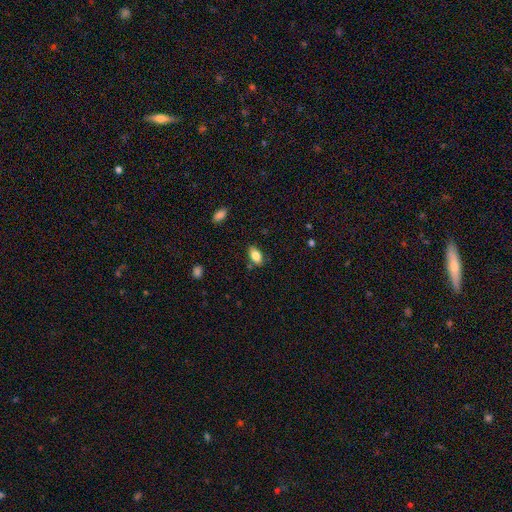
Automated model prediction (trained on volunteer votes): Morphology: type=smooth (83%); roundness=in between (91%); merging=none (80%).